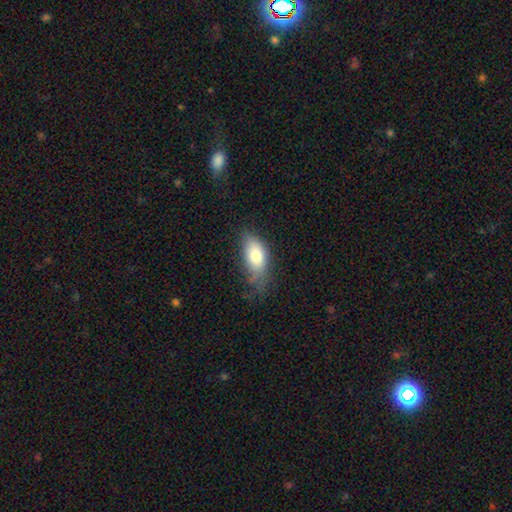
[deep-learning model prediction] A smooth galaxy with no disk features (76%) that is in between round and cigar-shaped (86%).

Vote fractions:
- Smooth or featured? smooth: 76% / featured or disk: 16% / star or artifact: 8%
- How rounded? in between: 86% / cigar-shaped: 9% / round: 5%
- Merging? none: 43% / minor disturbance: 37% / major disturbance: 18% / merger: 2%